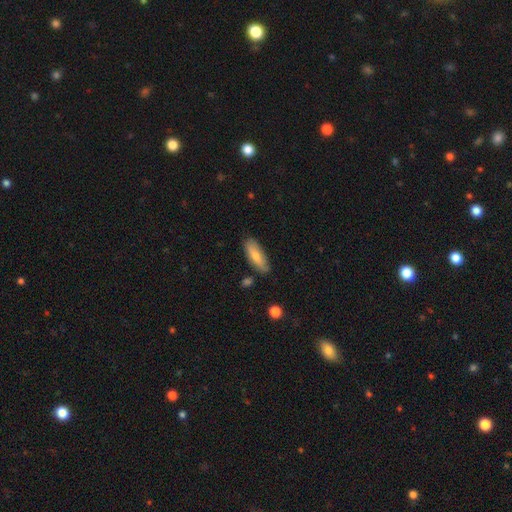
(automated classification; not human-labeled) Morphology: type=smooth (72%); roundness=in between (61%); merging=none (79%).